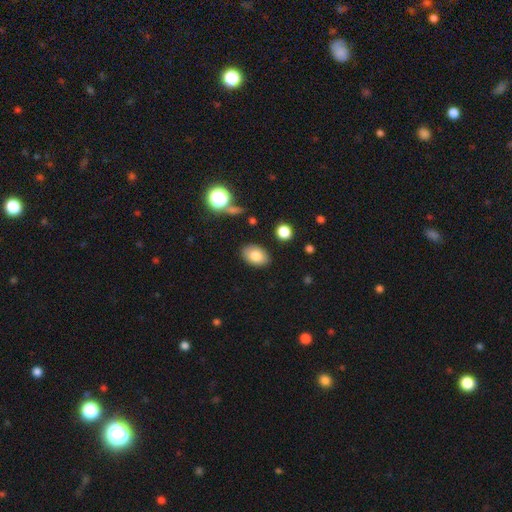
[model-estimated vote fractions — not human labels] A smooth galaxy with no disk features (79%) that is in between round and cigar-shaped (84%).

Vote fractions:
- Smooth or featured? smooth: 79% / featured or disk: 12% / star or artifact: 9%
- How rounded? in between: 84% / round: 14% / cigar-shaped: 1%
- Merging? none: 87% / minor disturbance: 9% / major disturbance: 2% / merger: 2%